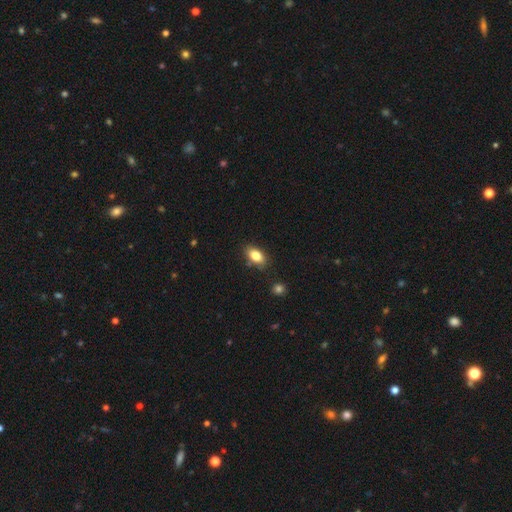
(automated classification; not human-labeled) smooth_or_featured: smooth (p=0.82) [alt: featured or disk p=0.09]
how_rounded: in between (p=0.89) [alt: round p=0.07]
merging: none (p=0.83) [alt: minor disturbance p=0.12]